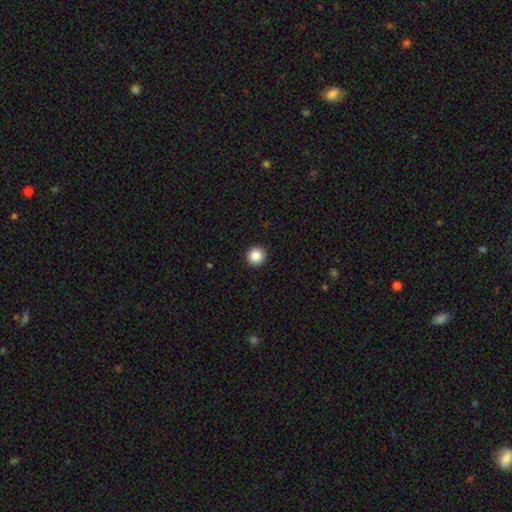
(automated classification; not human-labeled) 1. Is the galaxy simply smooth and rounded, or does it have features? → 86% smooth, 10% star or artifact, 4% featured or disk.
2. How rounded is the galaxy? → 96% round, 3% in between, 1% cigar-shaped.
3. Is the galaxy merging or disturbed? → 94% none, 4% minor disturbance, 1% major disturbance, 1% merger.